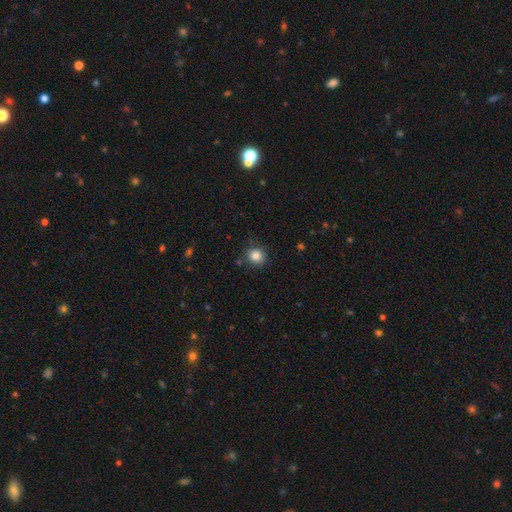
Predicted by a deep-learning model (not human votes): Smooth or featured? smooth (84%)
How rounded? round (88%)
Merging? none (84%)